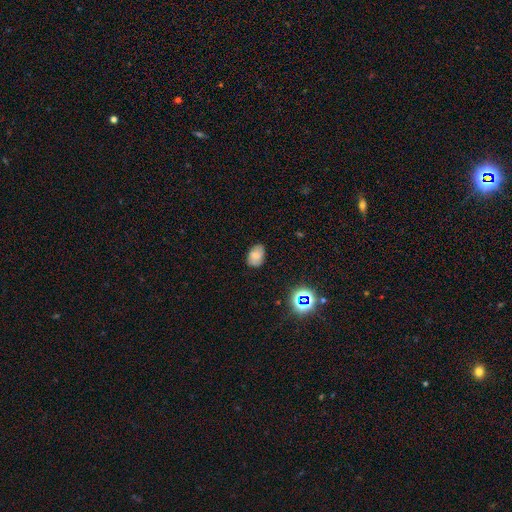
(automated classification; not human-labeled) Morphology: type=smooth (73%); roundness=in between (83%); merging=none (78%).